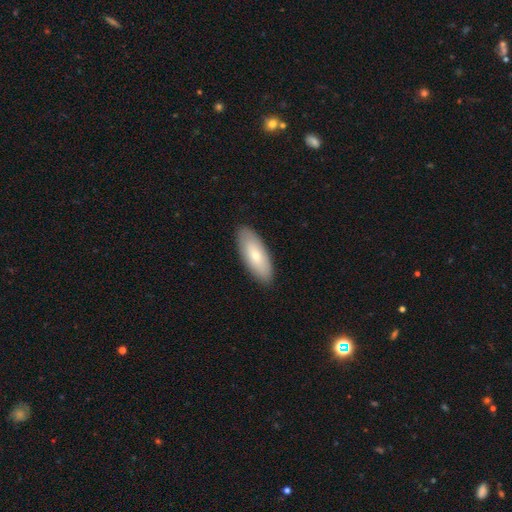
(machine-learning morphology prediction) This appears to be a smooth galaxy with no disk features (74%) that is in between round and cigar-shaped (76%). Merging: none (88%).